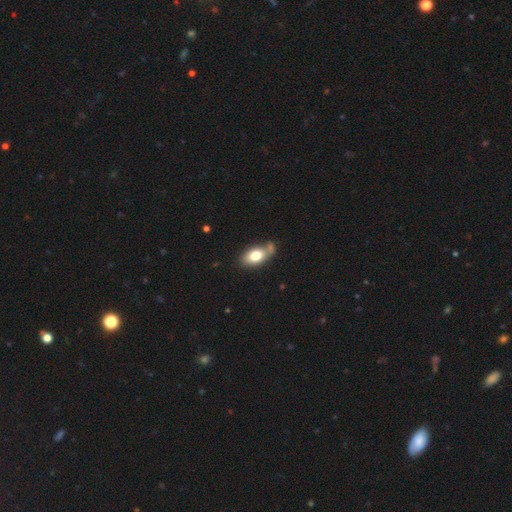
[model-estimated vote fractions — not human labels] Morphology: type=smooth (76%); roundness=in between (90%); merging=none (54%).